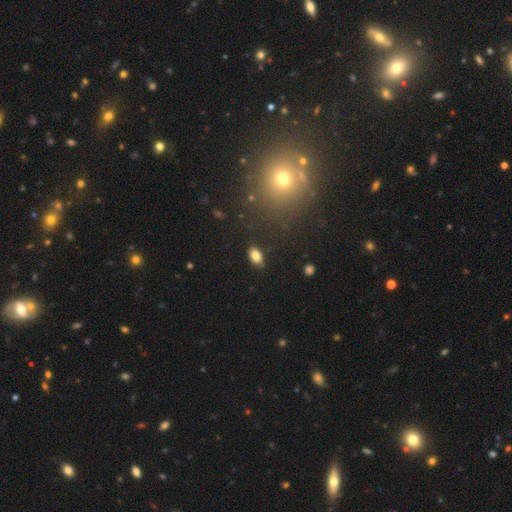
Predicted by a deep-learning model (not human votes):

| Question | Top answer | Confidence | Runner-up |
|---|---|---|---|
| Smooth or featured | smooth | 82% | star or artifact (9%) |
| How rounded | in between | 90% | round (7%) |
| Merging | none | 83% | minor disturbance (12%) |